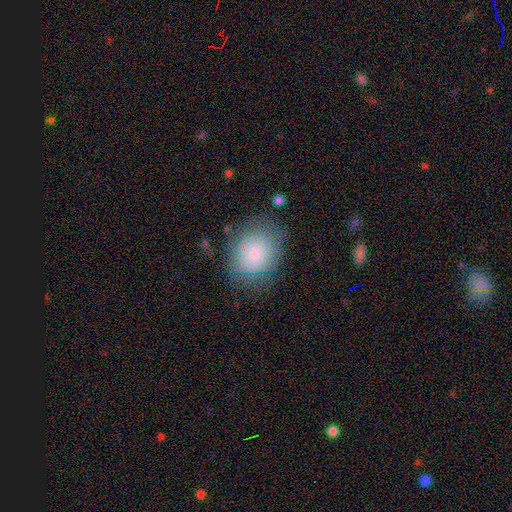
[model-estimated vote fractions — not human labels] smooth-or-featured: smooth: 73% | featured or disk: 17% | star or artifact: 10%
  how-rounded: in between: 52% | round: 47% | cigar-shaped: 1%
  merging: none: 71% | minor disturbance: 19% | major disturbance: 8% | merger: 2%